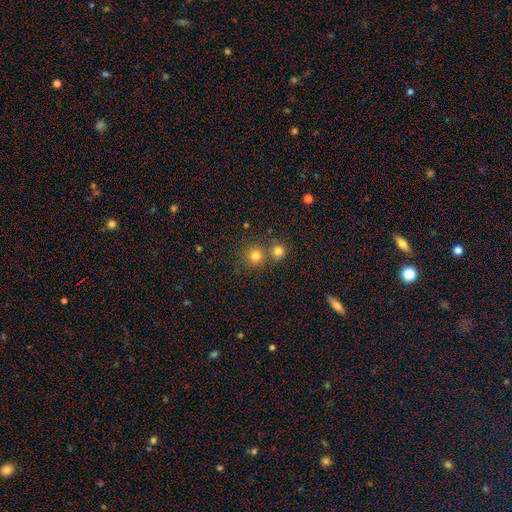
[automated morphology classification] smooth_or_featured: smooth (p=0.78) [alt: star or artifact p=0.15]
how_rounded: round (p=0.92) [alt: in between p=0.07]
merging: none (p=0.65) [alt: merger p=0.27]